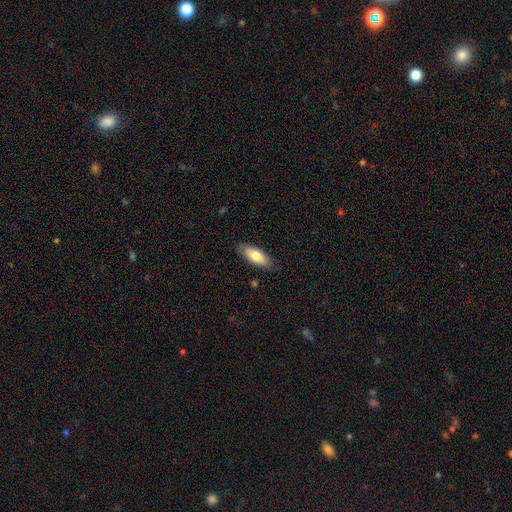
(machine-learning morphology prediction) Q: Smooth or featured?
A: smooth (76%); runner-up: featured or disk (18%)
Q: How rounded?
A: in between (80%); runner-up: cigar-shaped (18%)
Q: Merging?
A: none (85%); runner-up: minor disturbance (12%)